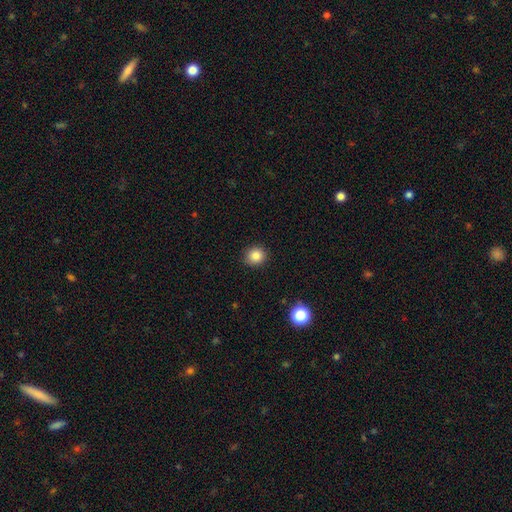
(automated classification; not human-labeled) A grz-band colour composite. It shows a smooth galaxy with no disk features (85%) that is round (86%). Merging: none (90%).